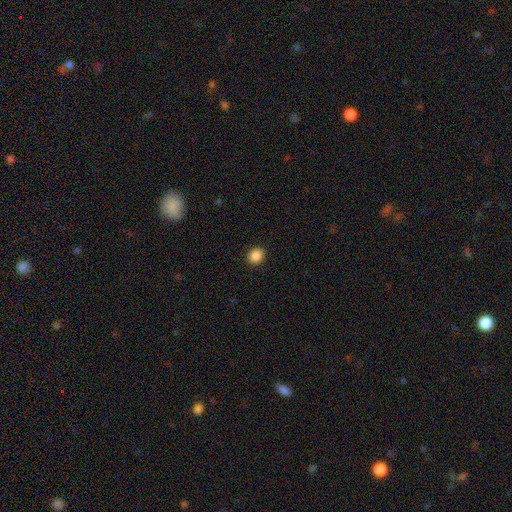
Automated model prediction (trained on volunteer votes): smooth-or-featured: smooth: 88% | star or artifact: 10% | featured or disk: 3%
  how-rounded: round: 74% | in between: 25% | cigar-shaped: 1%
  merging: none: 91% | minor disturbance: 6% | major disturbance: 2% | merger: 1%